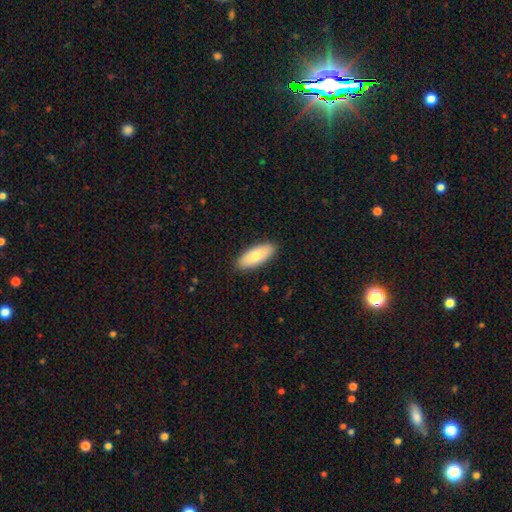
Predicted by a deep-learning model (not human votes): Overall: smooth (75%). How rounded: in between (80%). Merging: none (89%).